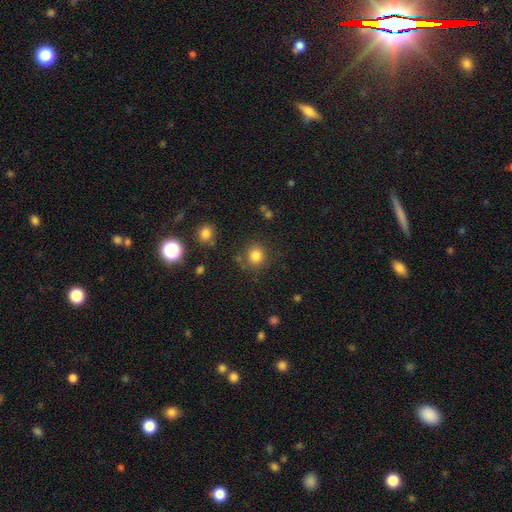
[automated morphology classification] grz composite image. It shows a smooth galaxy with no disk features (82%) that is round (88%). Merging: none (81%).